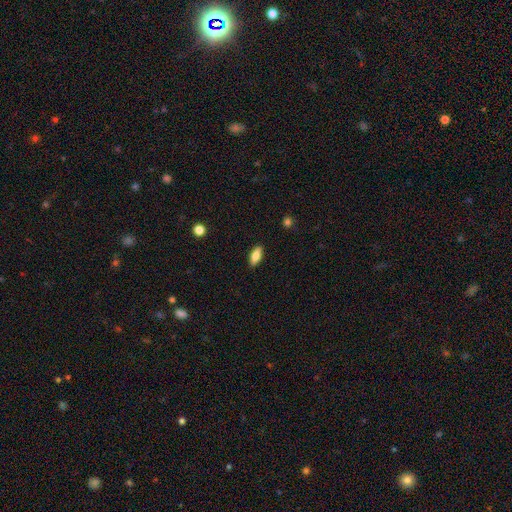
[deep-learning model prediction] A smooth galaxy with no disk features (82%) that is in between round and cigar-shaped (80%). Merging: none (89%).